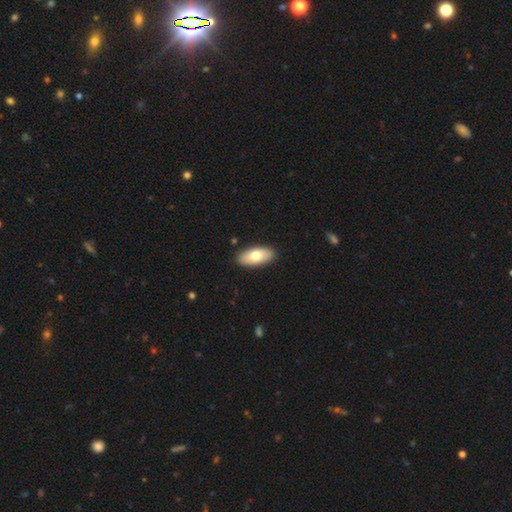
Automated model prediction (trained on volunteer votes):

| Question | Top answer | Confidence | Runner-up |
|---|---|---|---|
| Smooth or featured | smooth | 71% | featured or disk (23%) |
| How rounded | in between | 90% | cigar-shaped (8%) |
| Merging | none | 90% | minor disturbance (7%) |